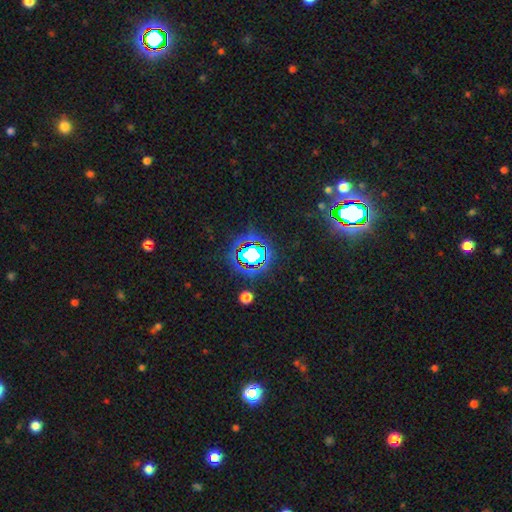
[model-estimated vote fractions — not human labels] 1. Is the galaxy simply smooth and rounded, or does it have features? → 69% star or artifact, 18% smooth, 13% featured or disk.